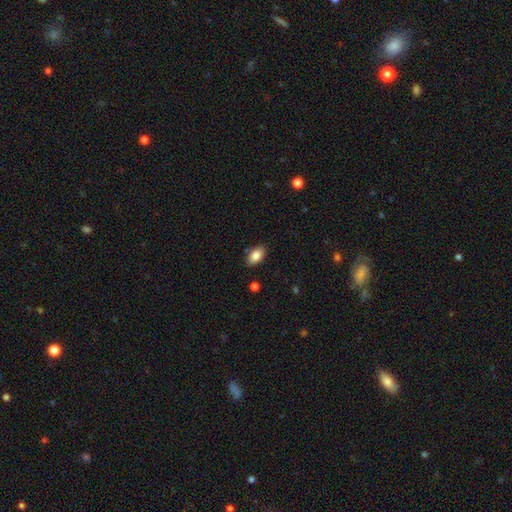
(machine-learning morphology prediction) This appears to be a smooth galaxy with no disk features (84%) that is in between round and cigar-shaped (91%). Merging: none (85%).